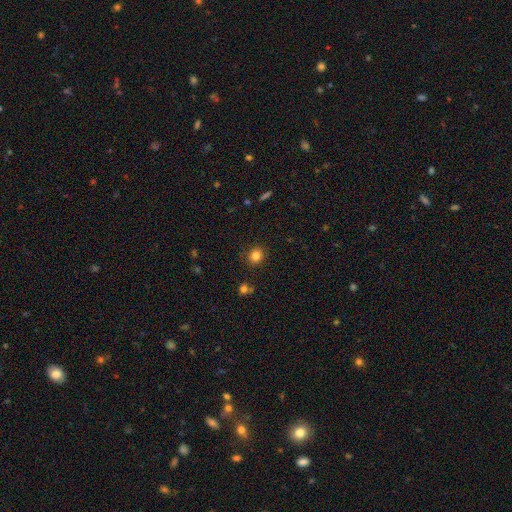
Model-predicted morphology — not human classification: Smooth or featured? Predicted: smooth (p=0.83). How rounded? Predicted: round (p=0.81). Merging? Predicted: none (p=0.88).